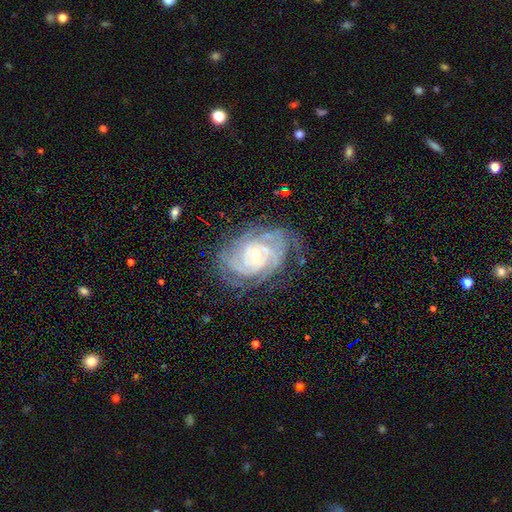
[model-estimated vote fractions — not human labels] Smooth or featured: featured or disk — 90% (star or artifact — 5%)
Edge-on disk: no — 97% (yes — 3%)
Bar: no — 44% (weak — 41%)
Spiral arms: yes — 98% (no — 2%)
Spiral winding: tight — 78% (medium — 19%)
Spiral arm count: can't tell — 26% (3 — 21%)
Bulge size: small — 50% (moderate — 46%)
Merging: none — 72% (minor disturbance — 19%)